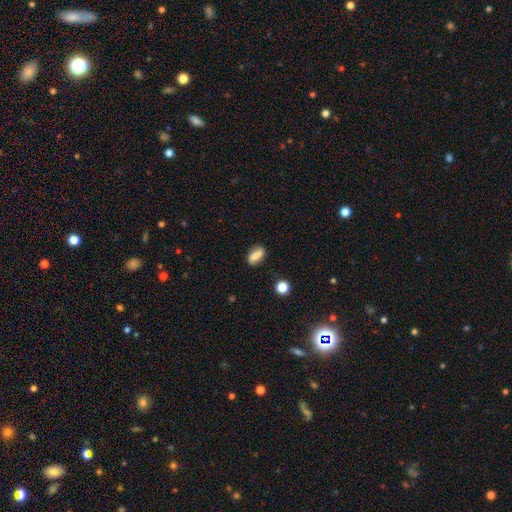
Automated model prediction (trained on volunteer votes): Morphology: type=smooth (74%); roundness=in between (80%); merging=none (80%).